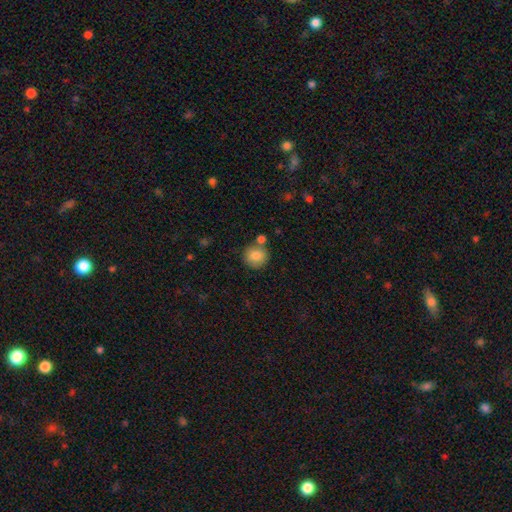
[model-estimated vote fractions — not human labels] Smooth or featured? Predicted: smooth (p=0.84). How rounded? Predicted: round (p=0.91). Merging? Predicted: none (p=0.73).